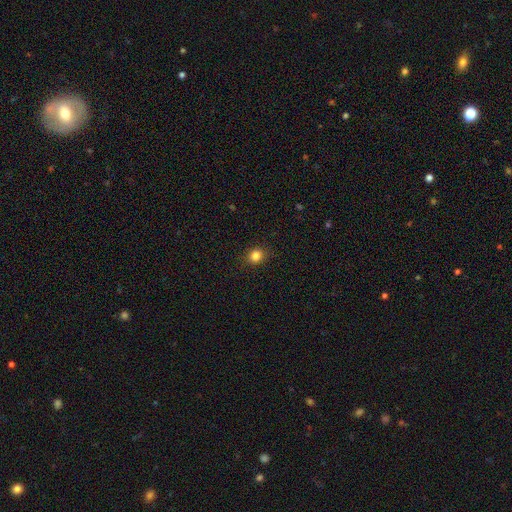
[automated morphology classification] The model was most divided on "how rounded": round: 72%, in between: 27%, cigar-shaped: 1%. More confident: merging — none (89%); smooth or featured — smooth (83%).